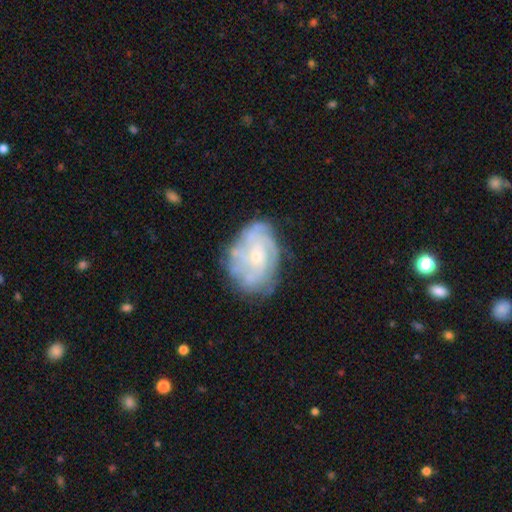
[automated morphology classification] smooth_or_featured: featured or disk (p=0.76) [alt: smooth p=0.17]
disk_edge_on: no (p=0.97) [alt: yes p=0.03]
bar: no (p=0.75) [alt: weak p=0.22]
has_spiral_arms: yes (p=0.85) [alt: no p=0.15]
spiral_winding: tight (p=0.63) [alt: medium p=0.28]
spiral_arm_count: can't tell (p=0.47) [alt: 4 p=0.17]
bulge_size: small (p=0.72) [alt: moderate p=0.23]
merging: none (p=0.67) [alt: minor disturbance p=0.22]